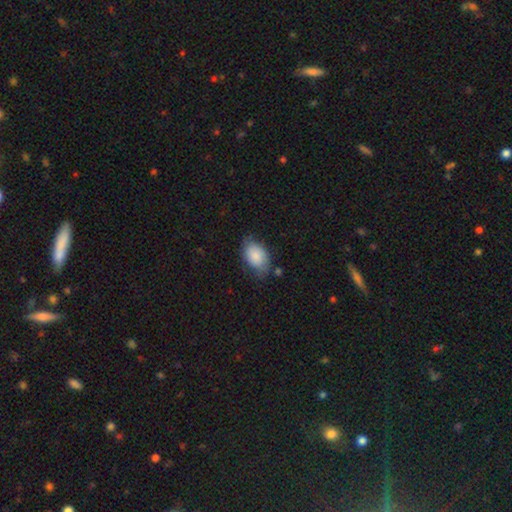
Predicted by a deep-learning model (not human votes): The model was most divided on "merging": none: 61%, minor disturbance: 30%, major disturbance: 7%, merger: 3%. More confident: how rounded — in between (88%); smooth or featured — smooth (78%).